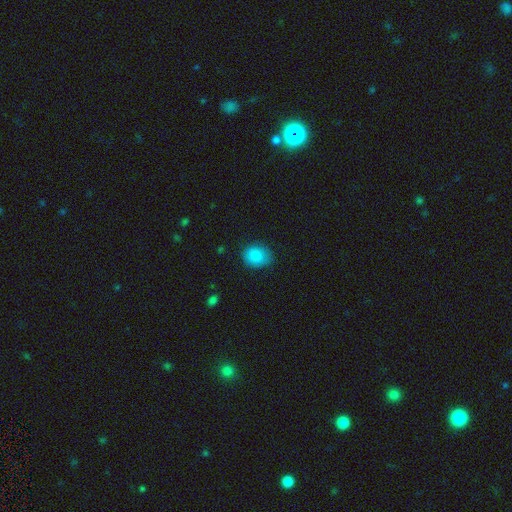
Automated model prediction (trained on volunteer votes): Q: Smooth or featured?
A: smooth (87%); runner-up: star or artifact (8%)
Q: How rounded?
A: round (56%); runner-up: in between (43%)
Q: Merging?
A: none (77%); runner-up: minor disturbance (18%)